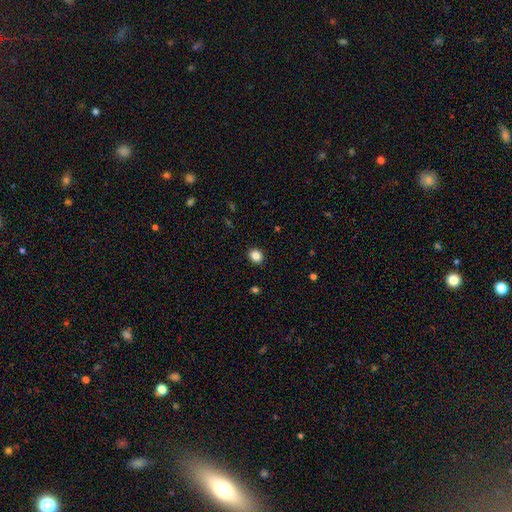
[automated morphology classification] type=smooth (85%); roundness=round (69%); merging=none (91%).